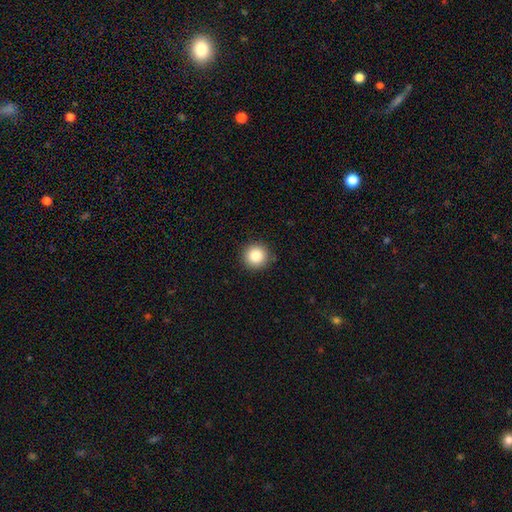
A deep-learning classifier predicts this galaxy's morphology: The model was most divided on "smooth or featured": smooth: 86%, star or artifact: 10%, featured or disk: 5%. More confident: how rounded — round (95%); merging — none (90%).